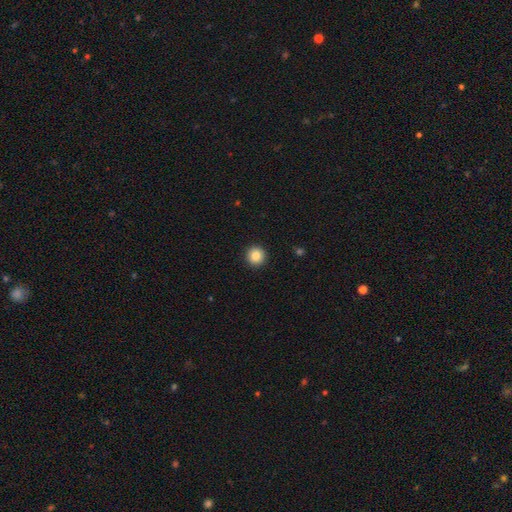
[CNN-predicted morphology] Smooth or featured? Predicted: smooth (p=0.84). How rounded? Predicted: round (p=0.95). Merging? Predicted: none (p=0.93).